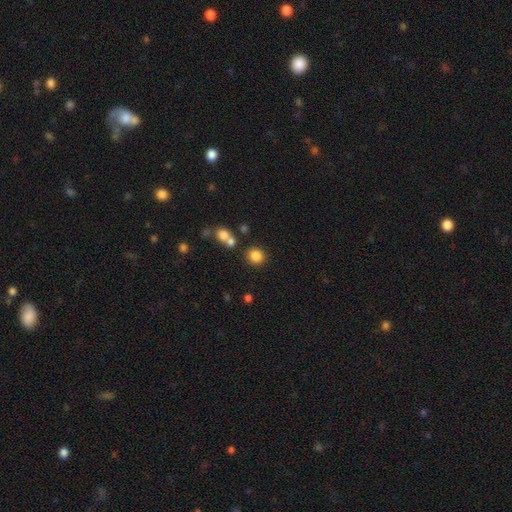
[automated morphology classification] smooth_or_featured: smooth (p=0.83) [alt: star or artifact p=0.12]
how_rounded: round (p=0.89) [alt: in between p=0.10]
merging: none (p=0.81) [alt: merger p=0.08]